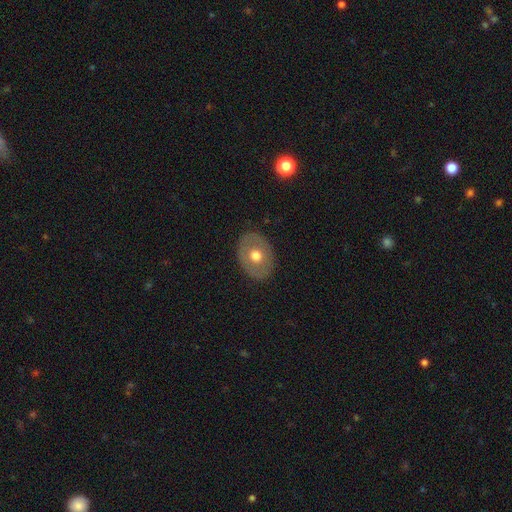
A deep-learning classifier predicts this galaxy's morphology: smooth_or_featured: smooth (p=0.55) [alt: featured or disk p=0.38]
how_rounded: in between (p=0.64) [alt: round p=0.35]
merging: none (p=0.86) [alt: minor disturbance p=0.10]